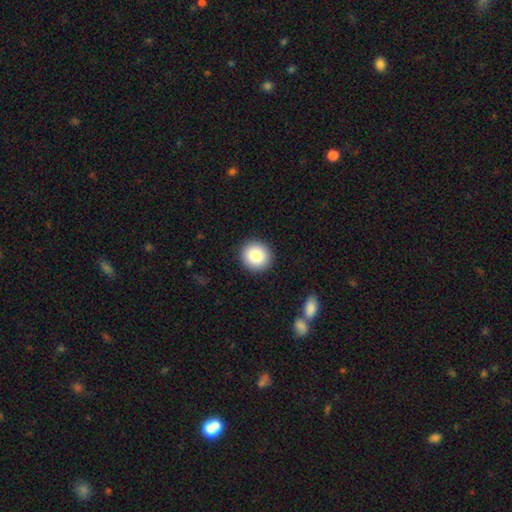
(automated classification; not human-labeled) Smooth or featured: smooth — 85% (star or artifact — 8%)
How rounded: round — 91% (in between — 8%)
Merging: none — 92% (minor disturbance — 5%)